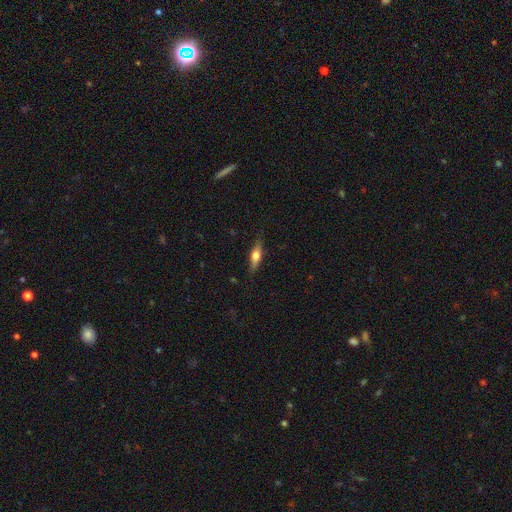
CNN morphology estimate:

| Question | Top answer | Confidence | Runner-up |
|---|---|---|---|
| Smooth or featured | featured or disk | 48% | smooth (46%) |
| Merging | none | 84% | minor disturbance (12%) |